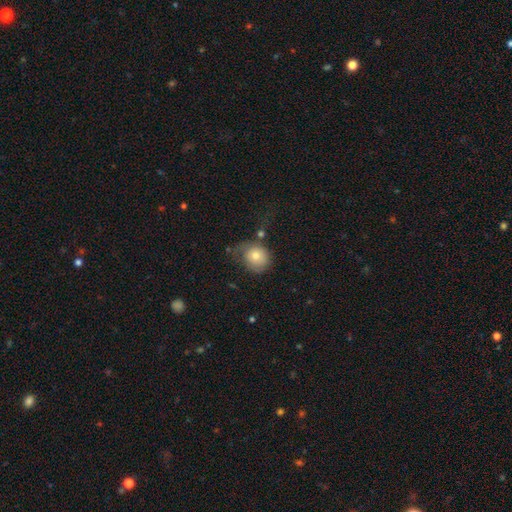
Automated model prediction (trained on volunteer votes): A smooth galaxy with no disk features (72%) that is round (75%).

Vote fractions:
- Smooth or featured? smooth: 72% / featured or disk: 19% / star or artifact: 9%
- How rounded? round: 75% / in between: 24% / cigar-shaped: 1%
- Merging? none: 41% / minor disturbance: 28% / major disturbance: 24% / merger: 7%